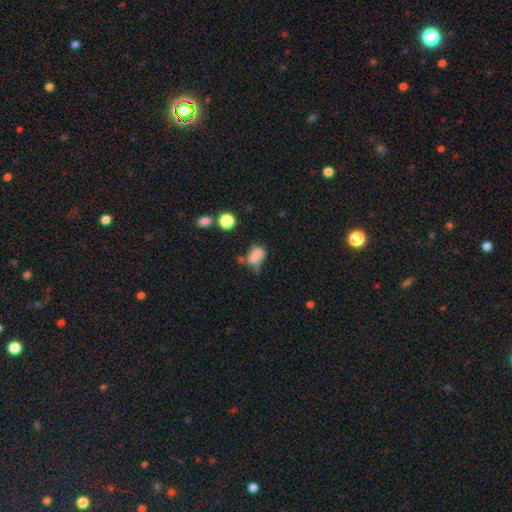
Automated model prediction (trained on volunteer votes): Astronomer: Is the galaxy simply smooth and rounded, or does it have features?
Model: smooth — 71%.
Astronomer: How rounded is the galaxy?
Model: in between — 78%.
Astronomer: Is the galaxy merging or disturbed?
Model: minor disturbance — 33% (runner-up: none, 28%).